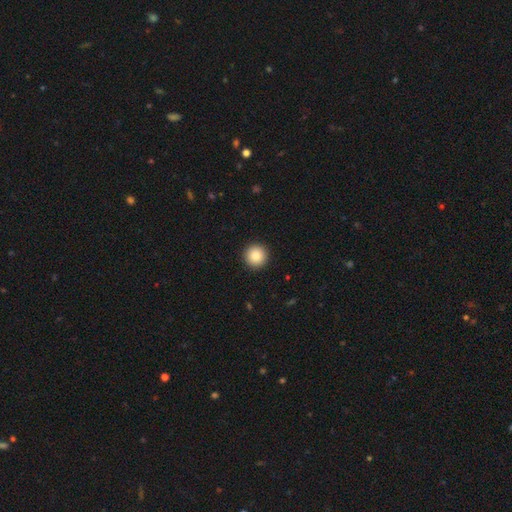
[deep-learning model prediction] A smooth galaxy with no disk features (86%) that is round (96%).

Vote fractions:
- Smooth or featured? smooth: 86% / star or artifact: 8% / featured or disk: 6%
- How rounded? round: 96% / in between: 3% / cigar-shaped: 1%
- Merging? none: 94% / minor disturbance: 4% / major disturbance: 1% / merger: 1%